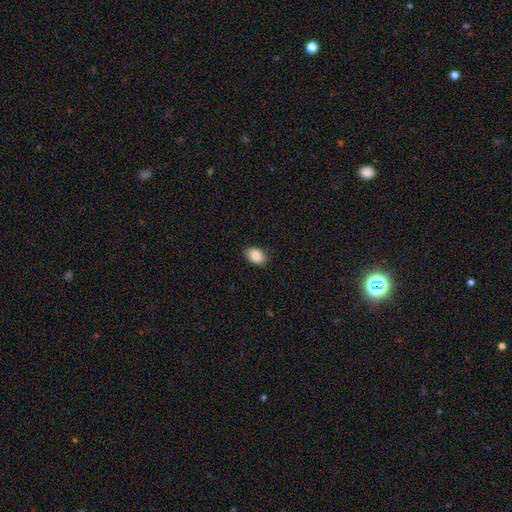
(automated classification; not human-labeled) This appears to be a smooth galaxy with no disk features (89%) that is in between round and cigar-shaped (87%). Merging: none (87%).